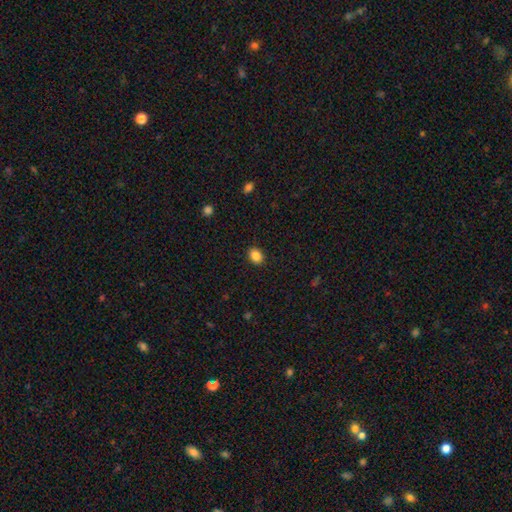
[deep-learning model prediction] smooth_or_featured: smooth (p=0.87) [alt: star or artifact p=0.10]
how_rounded: in between (p=0.54) [alt: round p=0.45]
merging: none (p=0.90) [alt: minor disturbance p=0.07]